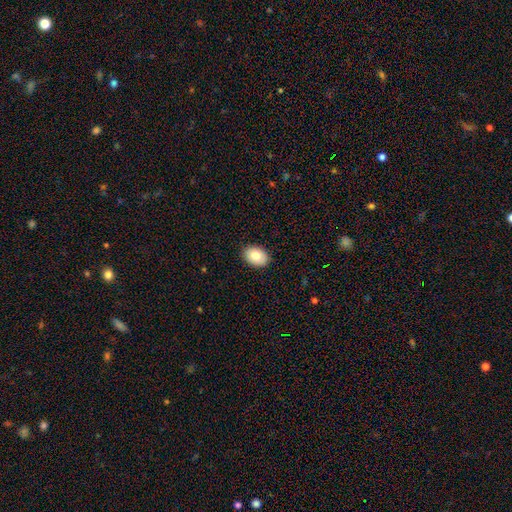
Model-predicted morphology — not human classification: Q: Smooth or featured?
A: smooth (81%); runner-up: featured or disk (12%)
Q: How rounded?
A: in between (78%); runner-up: round (21%)
Q: Merging?
A: none (90%); runner-up: minor disturbance (8%)